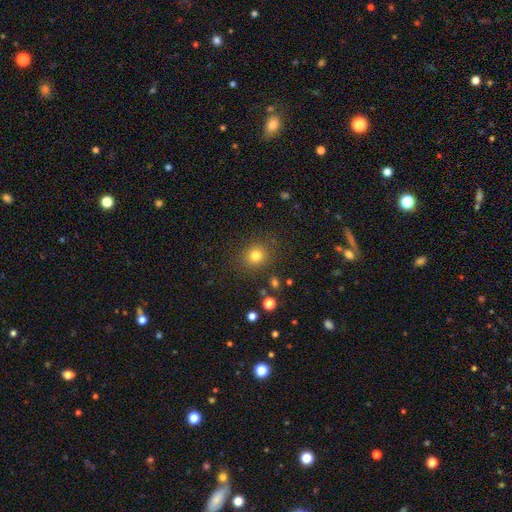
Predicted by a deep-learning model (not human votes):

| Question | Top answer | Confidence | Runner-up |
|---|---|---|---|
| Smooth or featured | smooth | 79% | star or artifact (14%) |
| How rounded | round | 84% | in between (16%) |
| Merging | none | 86% | minor disturbance (9%) |